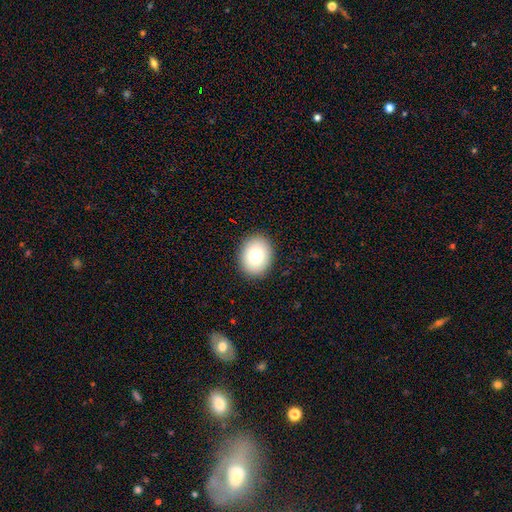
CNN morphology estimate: smooth_or_featured: smooth (p=0.81) [alt: featured or disk p=0.11]
how_rounded: in between (p=0.55) [alt: round p=0.44]
merging: none (p=0.90) [alt: minor disturbance p=0.07]